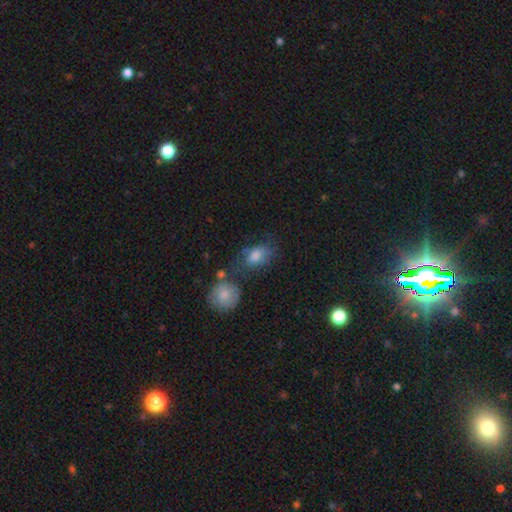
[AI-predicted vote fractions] Smooth or featured: smooth — 72% (featured or disk — 17%)
How rounded: in between — 80% (round — 18%)
Merging: none — 50% (minor disturbance — 23%)